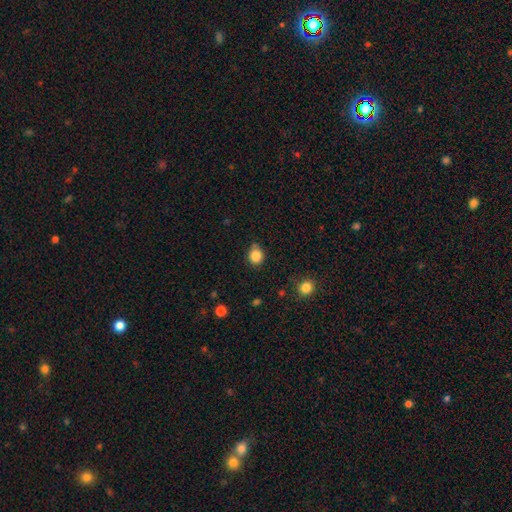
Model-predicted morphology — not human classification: smooth 85%, star or artifact 11%, featured or disk 4%. Down the decision tree: how rounded — round (77%); merging — none (75%).